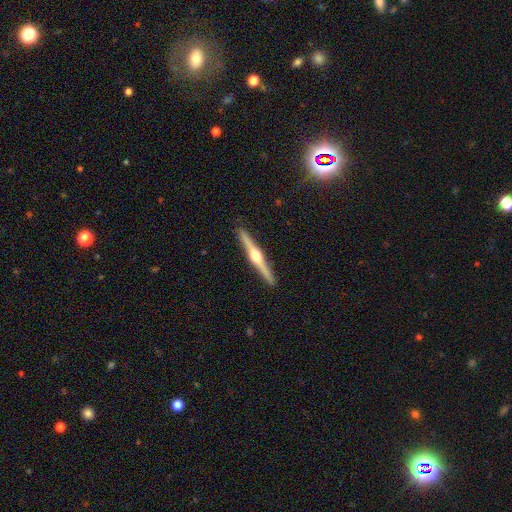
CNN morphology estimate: Overall: featured or disk (79%). Edge-on disk: yes (98%). Edge-on bulge: rounded (95%). Merging: none (92%).